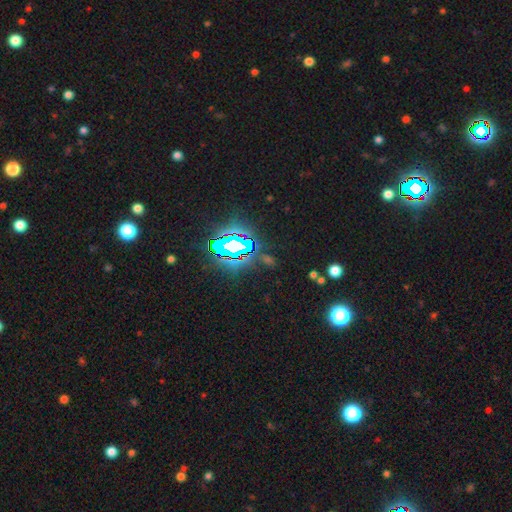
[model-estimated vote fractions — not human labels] star or artifact 81%, smooth 11%, featured or disk 8%.